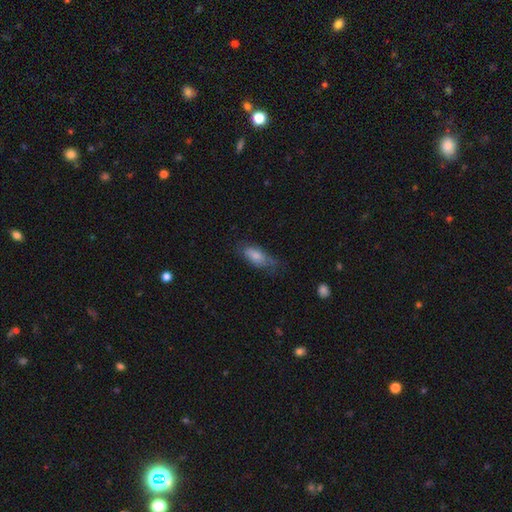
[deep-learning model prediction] Smooth or featured? Predicted: smooth (p=0.75). How rounded? Predicted: in between (p=0.83). Merging? Predicted: none (p=0.51).